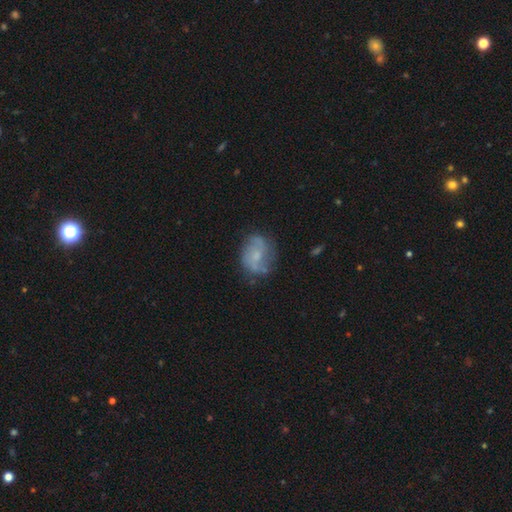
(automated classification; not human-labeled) Smooth or featured: featured or disk — 62% (smooth — 30%)
Edge-on disk: no — 97% (yes — 3%)
Bar: no — 57% (weak — 37%)
Spiral arms: yes — 82% (no — 18%)
Bulge size: small — 52% (moderate — 28%)
Merging: none — 64% (minor disturbance — 23%)